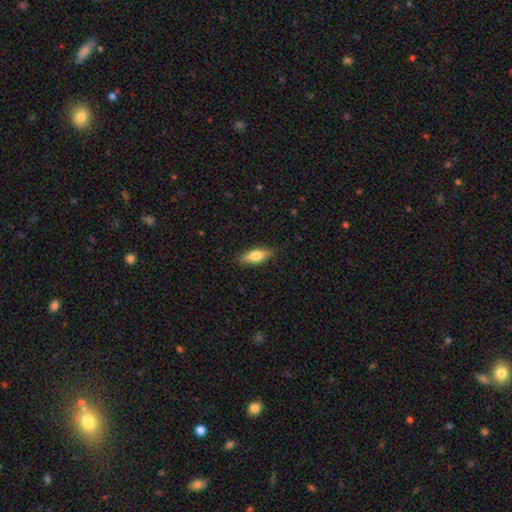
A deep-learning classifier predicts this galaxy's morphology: Q: Smooth or featured?
A: smooth (74%); runner-up: featured or disk (20%)
Q: How rounded?
A: in between (66%); runner-up: cigar-shaped (31%)
Q: Merging?
A: none (85%); runner-up: minor disturbance (11%)